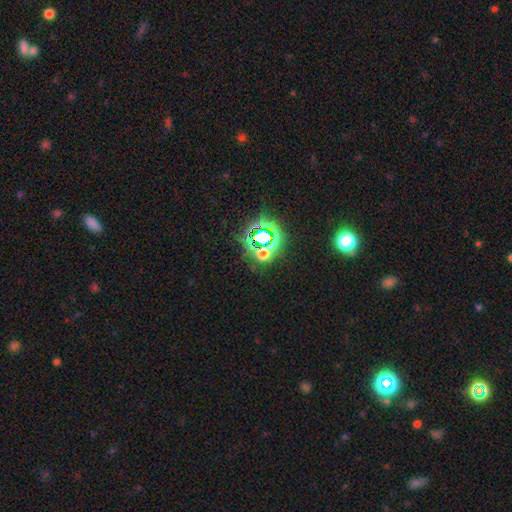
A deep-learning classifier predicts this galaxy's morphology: smooth-or-featured: star or artifact: 75% | smooth: 16% | featured or disk: 9%